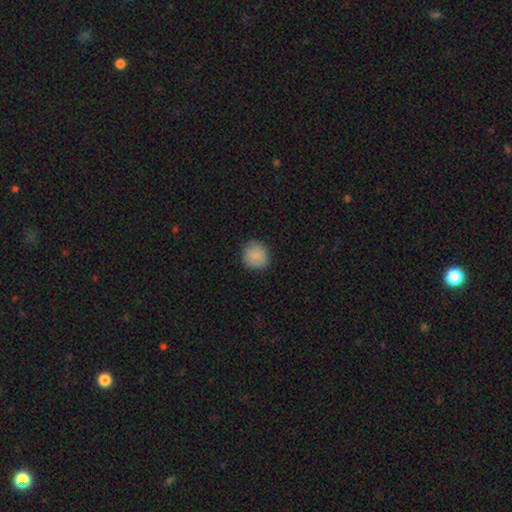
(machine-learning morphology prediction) Smooth or featured: smooth — 87% (star or artifact — 8%)
How rounded: round — 85% (in between — 14%)
Merging: none — 86% (minor disturbance — 11%)